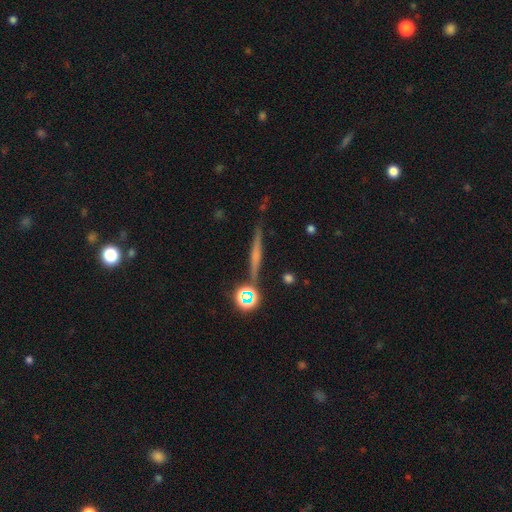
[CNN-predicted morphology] The model was most divided on "edge-on bulge": none: 48%, rounded: 36%, boxy: 16%. More confident: edge-on disk — yes (95%); merging — none (83%); smooth or featured — featured or disk (53%).